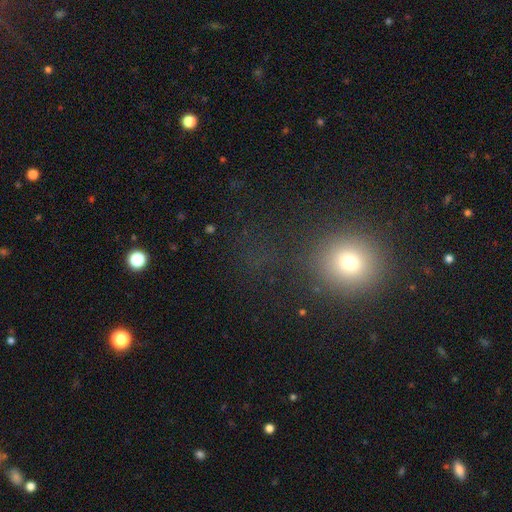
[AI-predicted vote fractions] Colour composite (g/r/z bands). It shows a smooth galaxy with no disk features (56%) that is round (82%). Merging: none (76%).